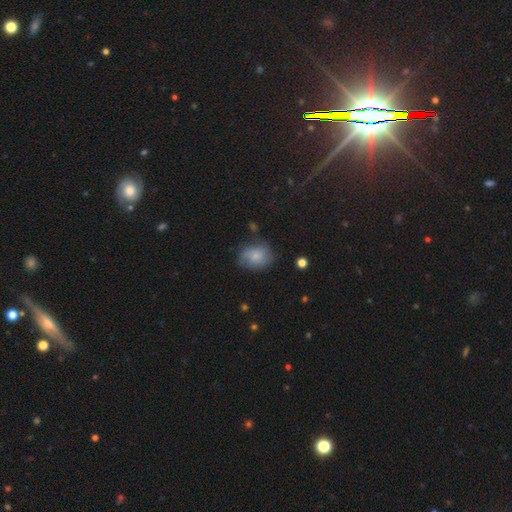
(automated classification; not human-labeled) This appears to be a smooth galaxy with no disk features (72%) that is in between round and cigar-shaped (57%). Merging: none (58%).